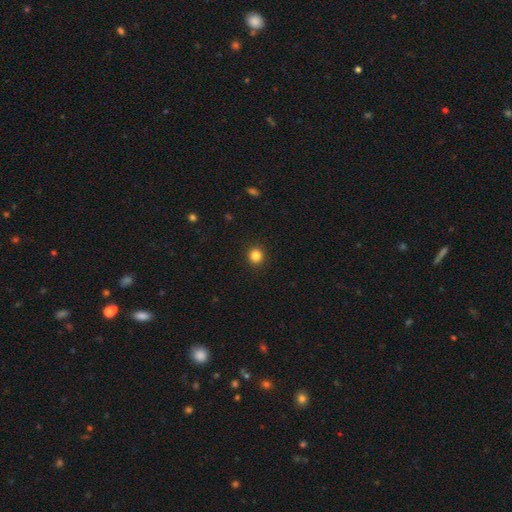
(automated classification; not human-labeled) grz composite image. It shows a smooth galaxy with no disk features (84%) that is round (92%). Merging: none (93%).